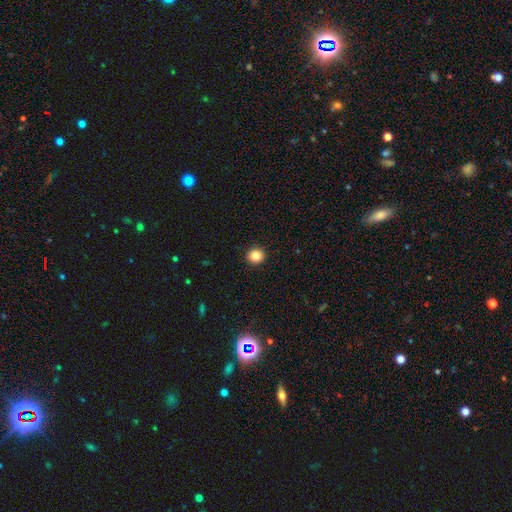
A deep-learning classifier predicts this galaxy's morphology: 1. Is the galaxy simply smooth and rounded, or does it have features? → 85% smooth, 10% star or artifact, 5% featured or disk.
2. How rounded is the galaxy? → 87% round, 12% in between, 1% cigar-shaped.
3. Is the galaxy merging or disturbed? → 93% none, 5% minor disturbance, 2% major disturbance, 1% merger.